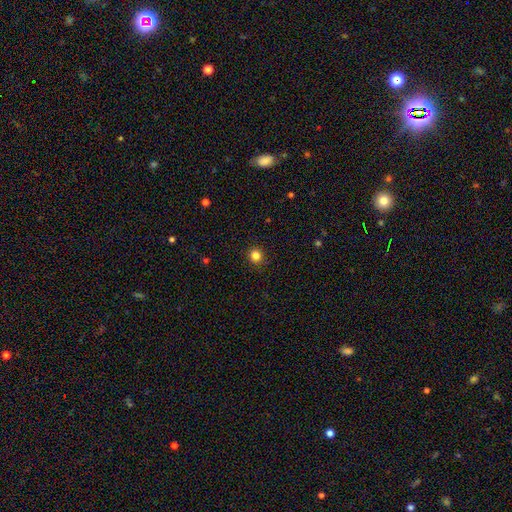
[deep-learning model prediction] Overall: smooth (83%). How rounded: round (92%). Merging: none (91%).